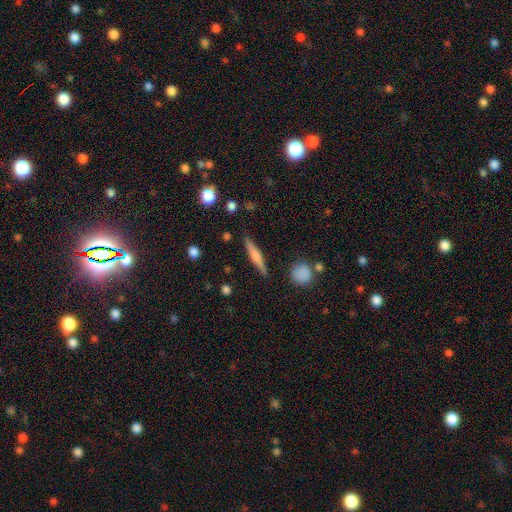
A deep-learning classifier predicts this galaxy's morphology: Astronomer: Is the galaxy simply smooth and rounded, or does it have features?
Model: featured or disk — 50% (runner-up: smooth, 43%).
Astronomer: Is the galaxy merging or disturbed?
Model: none — 89%.